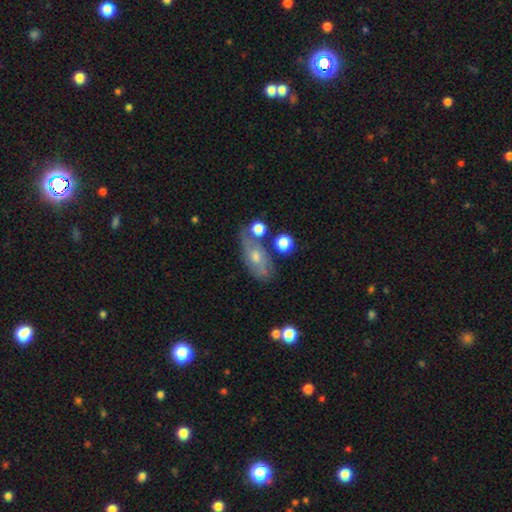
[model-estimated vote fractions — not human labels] Smooth or featured? featured or disk (49%)
Merging? none (56%)